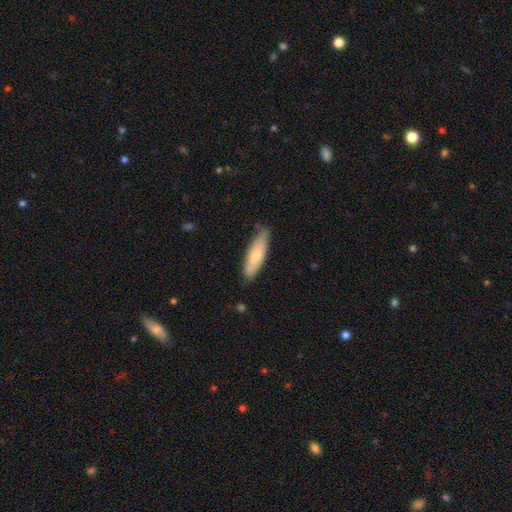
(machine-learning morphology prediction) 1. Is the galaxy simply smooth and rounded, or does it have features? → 71% smooth, 24% featured or disk, 5% star or artifact.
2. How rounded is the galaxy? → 57% cigar-shaped, 41% in between, 2% round.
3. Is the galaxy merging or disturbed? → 76% none, 19% minor disturbance, 3% major disturbance, 2% merger.